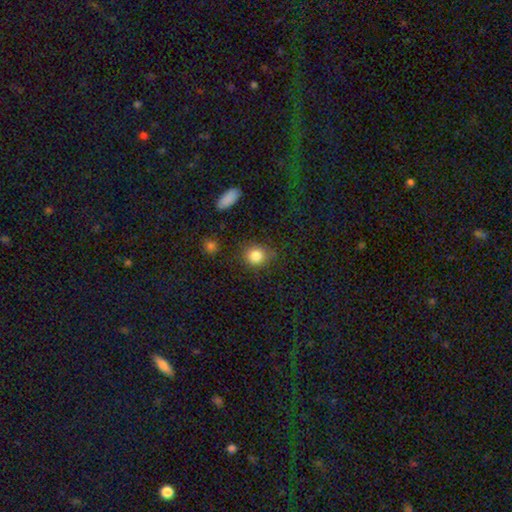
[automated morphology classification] Smooth or featured: smooth — 85% (star or artifact — 10%)
How rounded: round — 80% (in between — 19%)
Merging: none — 80% (minor disturbance — 13%)